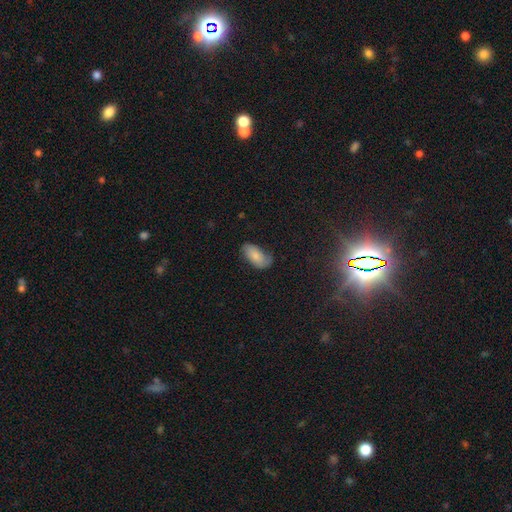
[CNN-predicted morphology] Q: Smooth or featured?
A: smooth (66%); runner-up: featured or disk (26%)
Q: How rounded?
A: in between (94%); runner-up: cigar-shaped (3%)
Q: Merging?
A: none (58%); runner-up: minor disturbance (30%)